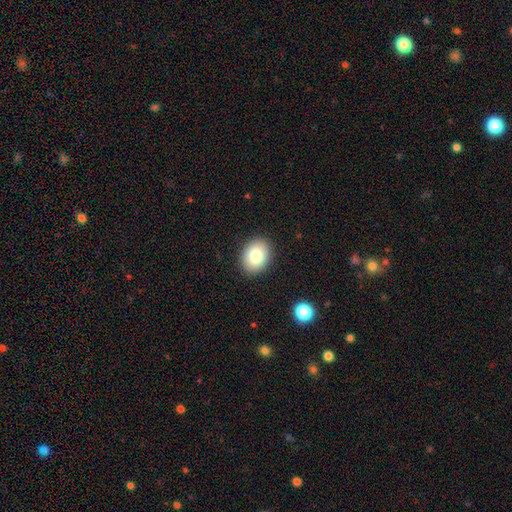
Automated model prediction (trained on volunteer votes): The model was most divided on "how rounded": in between: 60%, round: 40%, cigar-shaped: 1%. More confident: merging — none (90%); smooth or featured — smooth (81%).